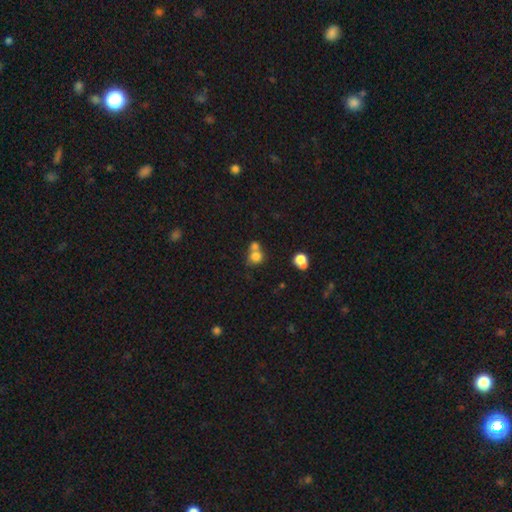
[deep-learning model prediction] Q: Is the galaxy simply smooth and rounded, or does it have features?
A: smooth — 77%.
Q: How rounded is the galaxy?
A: round — 81%.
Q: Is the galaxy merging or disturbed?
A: merger — 48%.